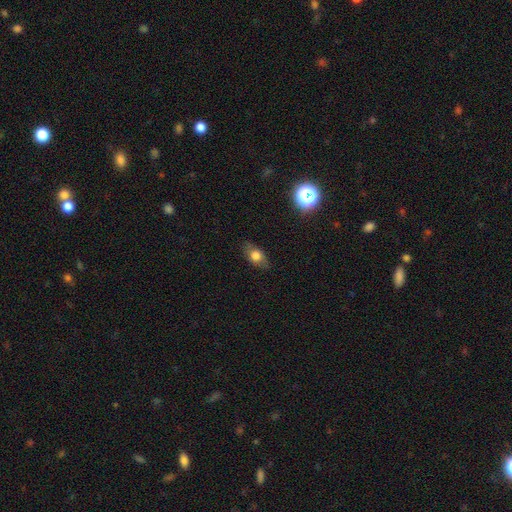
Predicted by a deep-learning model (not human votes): smooth-or-featured: smooth: 70% | featured or disk: 20% | star or artifact: 10%
  how-rounded: in between: 78% | round: 16% | cigar-shaped: 6%
  merging: none: 81% | minor disturbance: 14% | major disturbance: 4% | merger: 1%